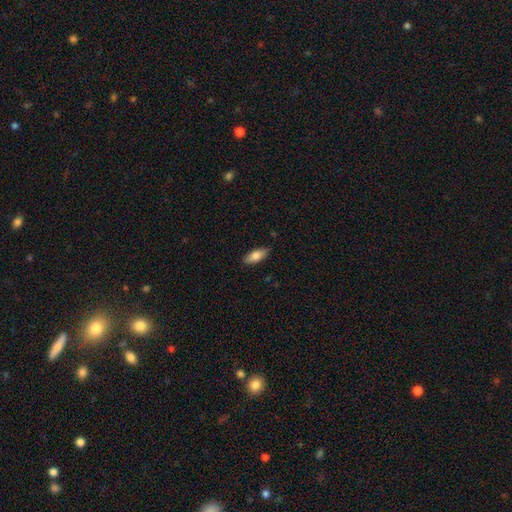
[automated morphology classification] A smooth galaxy with no disk features (81%) that is in between round and cigar-shaped (78%).

Vote fractions:
- Smooth or featured? smooth: 81% / featured or disk: 13% / star or artifact: 7%
- How rounded? in between: 78% / cigar-shaped: 20% / round: 2%
- Merging? none: 85% / minor disturbance: 11% / major disturbance: 2% / merger: 1%